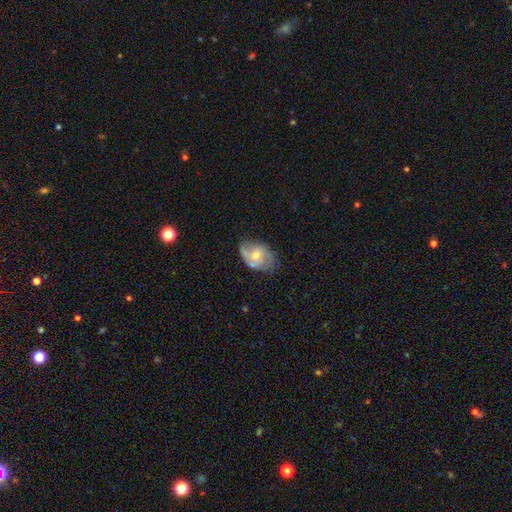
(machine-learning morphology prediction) Smooth or featured: featured or disk — 61% (smooth — 32%)
Edge-on disk: no — 95% (yes — 5%)
Bar: no — 67% (weak — 28%)
Spiral arms: yes — 78% (no — 22%)
Bulge size: moderate — 53% (small — 42%)
Merging: none — 59% (minor disturbance — 28%)